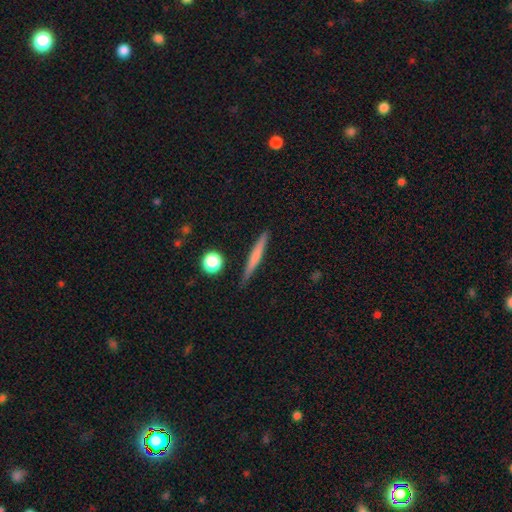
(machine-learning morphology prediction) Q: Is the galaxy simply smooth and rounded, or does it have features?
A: smooth — 58%.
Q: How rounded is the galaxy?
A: cigar-shaped — 95%.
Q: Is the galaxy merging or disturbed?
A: none — 87%.